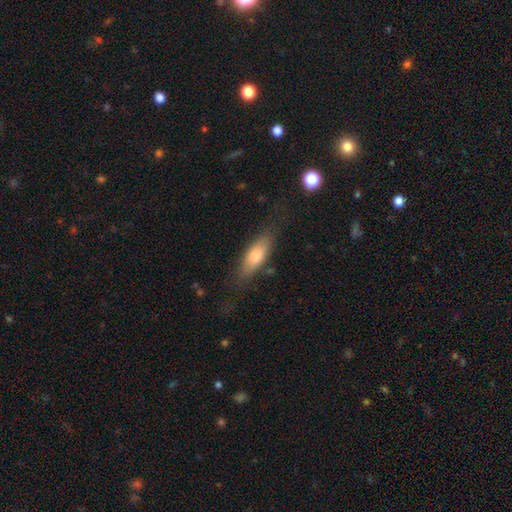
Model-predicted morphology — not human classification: Smooth or featured? Predicted: smooth (p=0.69). How rounded? Predicted: in between (p=0.60). Merging? Predicted: none (p=0.74).